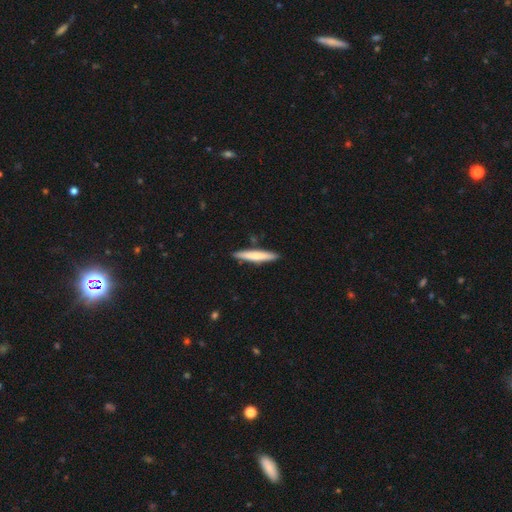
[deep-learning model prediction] smooth 70%, featured or disk 25%, star or artifact 5%. Down the decision tree: how rounded — cigar-shaped (93%); merging — none (88%).